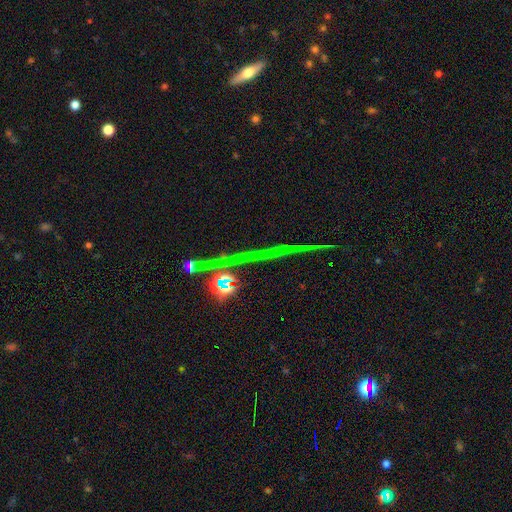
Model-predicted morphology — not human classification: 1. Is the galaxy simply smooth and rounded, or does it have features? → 77% star or artifact, 13% featured or disk, 10% smooth.